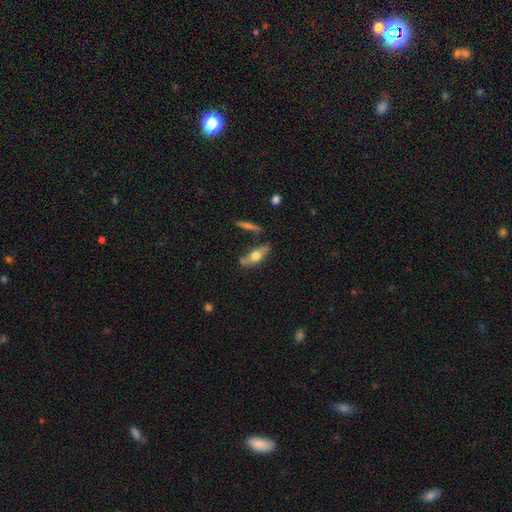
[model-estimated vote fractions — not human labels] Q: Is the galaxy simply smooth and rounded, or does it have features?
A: smooth — 49%.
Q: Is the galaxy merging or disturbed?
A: none — 63%.